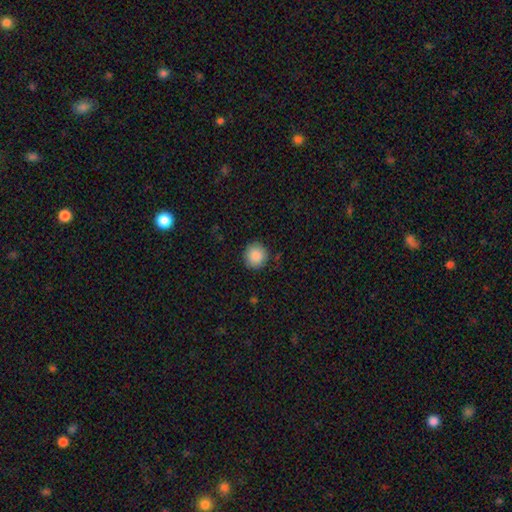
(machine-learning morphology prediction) Smooth or featured: smooth — 88% (star or artifact — 8%)
How rounded: round — 93% (in between — 6%)
Merging: none — 88% (minor disturbance — 9%)